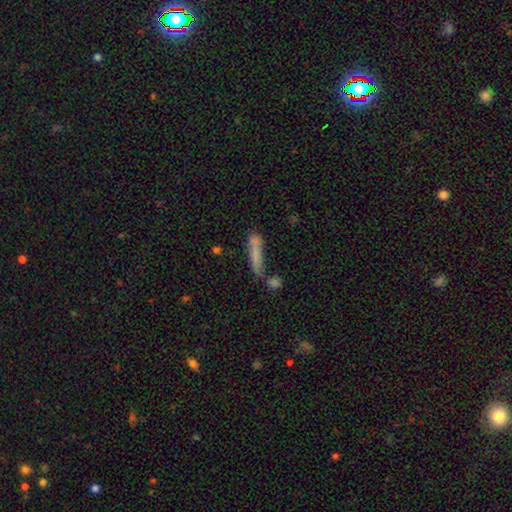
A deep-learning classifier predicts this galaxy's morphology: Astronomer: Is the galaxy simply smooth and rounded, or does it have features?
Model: smooth — 74%.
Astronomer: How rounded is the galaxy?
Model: cigar-shaped — 86%.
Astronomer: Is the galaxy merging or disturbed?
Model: none — 56%.